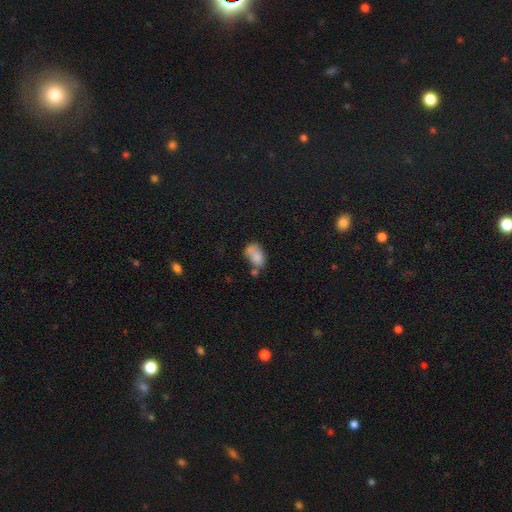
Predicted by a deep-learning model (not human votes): Smooth or featured?
  - smooth: 77% *
  - featured or disk: 14%
  - star or artifact: 10%
How rounded?
  - in between: 85% *
  - round: 13%
  - cigar-shaped: 2%
Merging?
  - none: 32% *
  - merger: 29%
  - minor disturbance: 24%
  - major disturbance: 14%